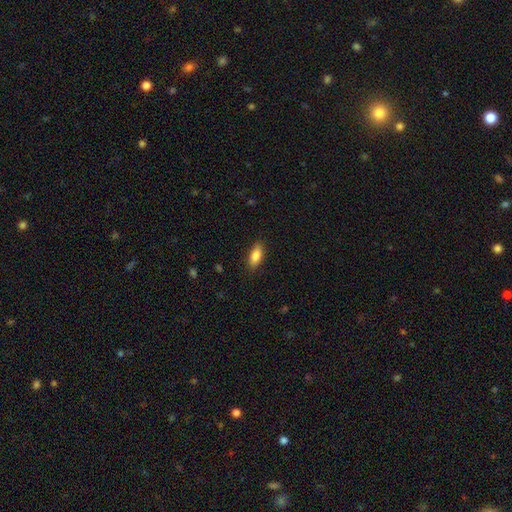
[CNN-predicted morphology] Q: Smooth or featured?
A: smooth (86%); runner-up: featured or disk (7%)
Q: How rounded?
A: in between (85%); runner-up: cigar-shaped (13%)
Q: Merging?
A: none (86%); runner-up: minor disturbance (11%)